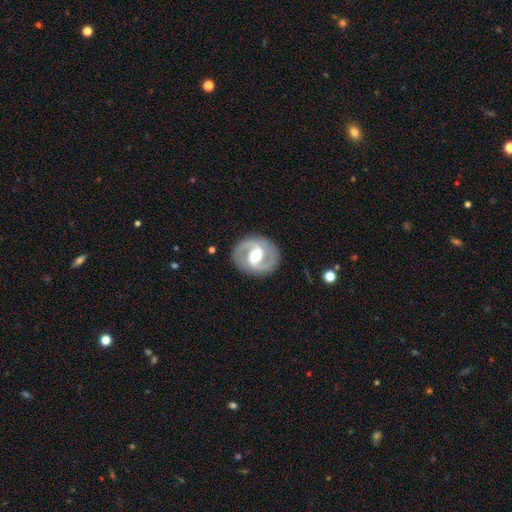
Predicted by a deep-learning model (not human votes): Smooth or featured? featured or disk (85%)
Edge-on disk? no (97%)
Bar? weak (43%)
Spiral arms? yes (89%)
Spiral winding? medium (53%)
Spiral arm count? 2 (91%)
Bulge size? moderate (71%)
Merging? none (87%)